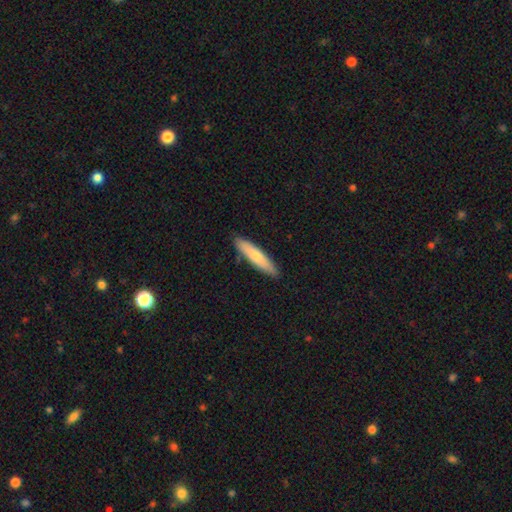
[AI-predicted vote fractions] Q: Smooth or featured?
A: smooth (72%); runner-up: featured or disk (23%)
Q: How rounded?
A: cigar-shaped (83%); runner-up: in between (16%)
Q: Merging?
A: none (88%); runner-up: minor disturbance (9%)